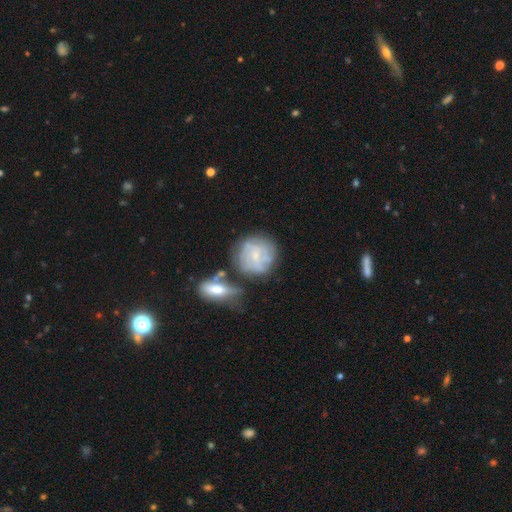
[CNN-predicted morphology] Smooth or featured?
  - featured or disk: 62% *
  - smooth: 31%
  - star or artifact: 8%
Edge-on disk?
  - no: 96% *
  - yes: 4%
Bar?
  - no: 61% *
  - weak: 33%
  - strong: 6%
Spiral arms?
  - yes: 76% *
  - no: 24%
Bulge size?
  - small: 69% *
  - moderate: 18%
  - none: 11%
  - large: 2%
  - dominant: 1%
Merging?
  - none: 60% *
  - minor disturbance: 18%
  - merger: 15%
  - major disturbance: 8%